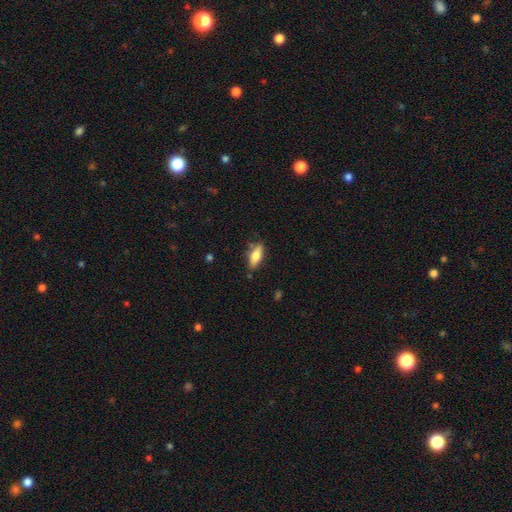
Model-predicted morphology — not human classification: Q: Smooth or featured?
A: smooth (72%); runner-up: featured or disk (21%)
Q: How rounded?
A: in between (71%); runner-up: cigar-shaped (27%)
Q: Merging?
A: none (76%); runner-up: minor disturbance (17%)